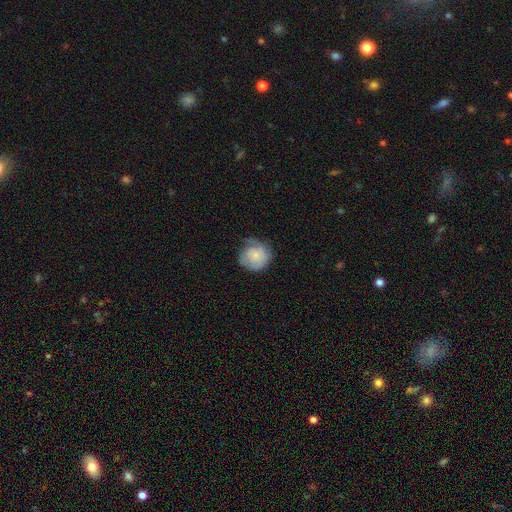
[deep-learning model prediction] smooth 65%, featured or disk 28%, star or artifact 7%. Down the decision tree: how rounded — round (85%); merging — none (50%).